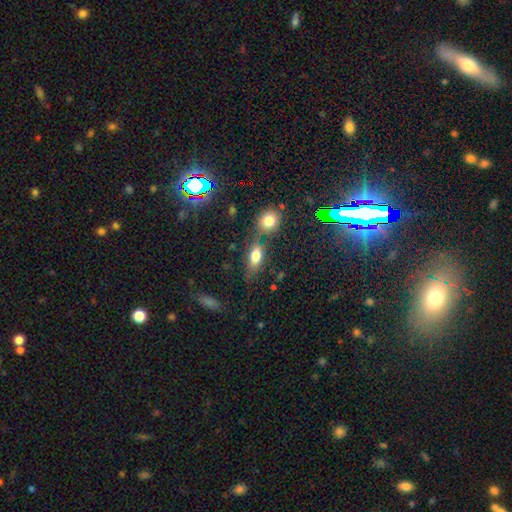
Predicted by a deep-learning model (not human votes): Smooth or featured: smooth — 72% (featured or disk — 15%)
How rounded: in between — 76% (round — 13%)
Merging: none — 59% (merger — 20%)